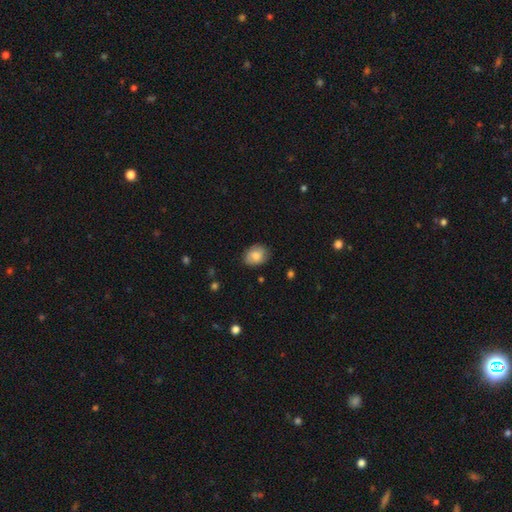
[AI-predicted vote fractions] Smooth or featured? Predicted: smooth (p=0.77). How rounded? Predicted: in between (p=0.66). Merging? Predicted: none (p=0.81).